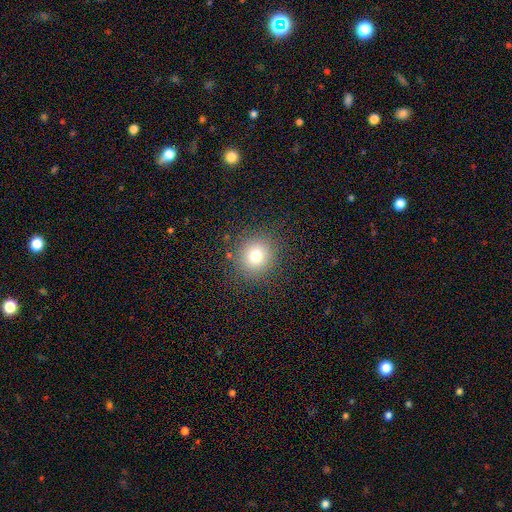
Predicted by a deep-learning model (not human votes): The model was most divided on "smooth or featured": smooth: 74%, star or artifact: 16%, featured or disk: 10%. More confident: how rounded — round (92%); merging — none (87%).